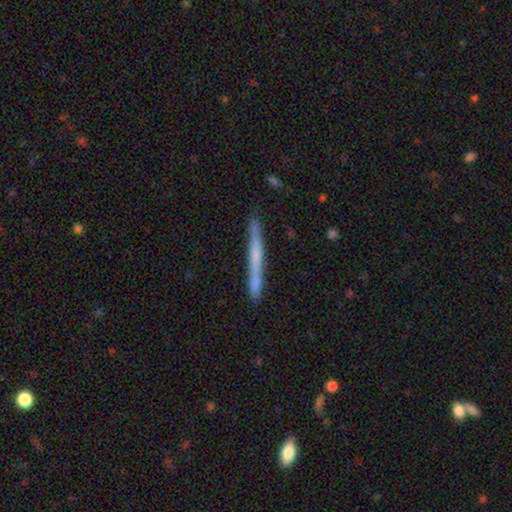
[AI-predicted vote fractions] Smooth or featured: smooth — 48% (featured or disk — 46%)
Merging: none — 82% (minor disturbance — 11%)